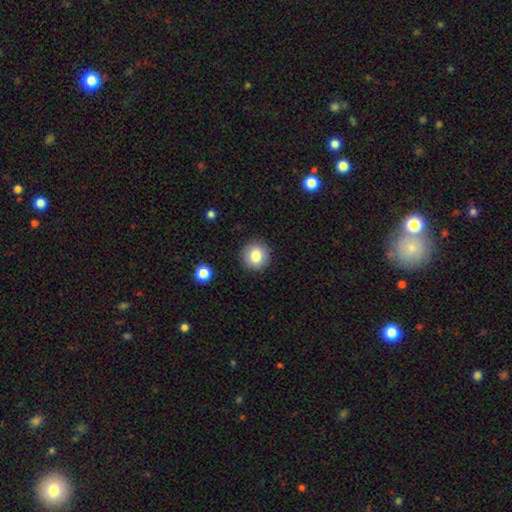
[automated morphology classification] type=smooth (81%); roundness=round (95%); merging=none (91%).